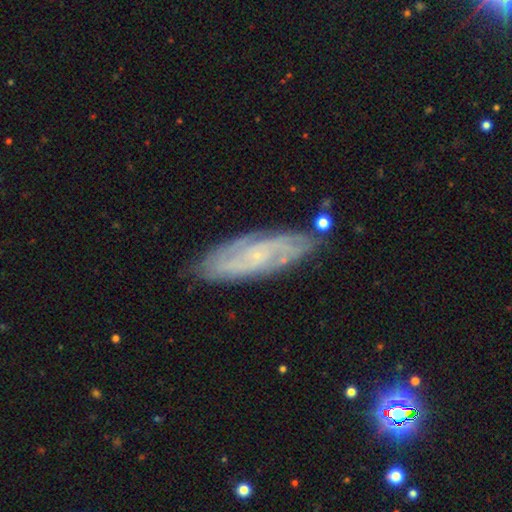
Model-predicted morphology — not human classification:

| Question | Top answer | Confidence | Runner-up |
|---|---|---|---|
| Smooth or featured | featured or disk | 75% | smooth (18%) |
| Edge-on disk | no | 85% | yes (15%) |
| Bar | no | 63% | weak (31%) |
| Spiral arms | yes | 91% | no (9%) |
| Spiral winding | tight | 52% | medium (36%) |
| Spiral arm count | can't tell | 40% | 2 (29%) |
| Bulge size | small | 78% | none (10%) |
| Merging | none | 80% | minor disturbance (15%) |